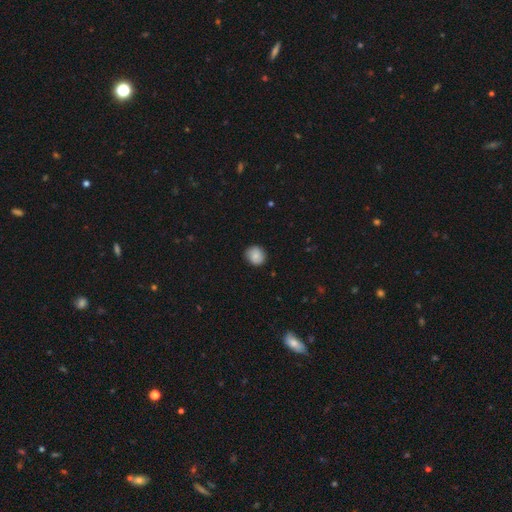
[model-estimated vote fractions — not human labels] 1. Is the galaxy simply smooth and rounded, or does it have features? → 80% smooth, 12% featured or disk, 8% star or artifact.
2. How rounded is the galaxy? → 84% round, 15% in between, 1% cigar-shaped.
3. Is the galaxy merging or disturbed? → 86% none, 11% minor disturbance, 2% major disturbance, 1% merger.